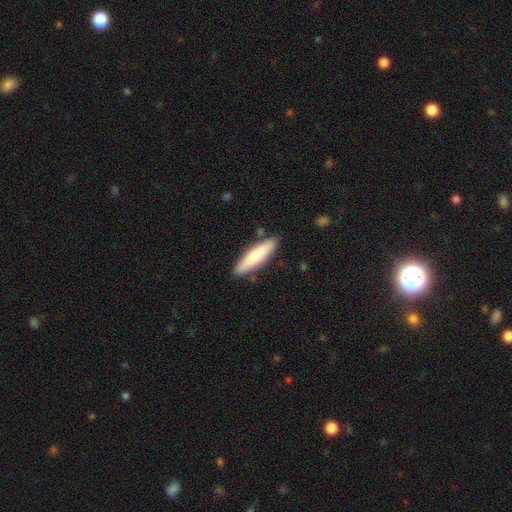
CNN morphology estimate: This appears to be a smooth galaxy with no disk features (78%) that is cigar-shaped (73%). Merging: none (85%).